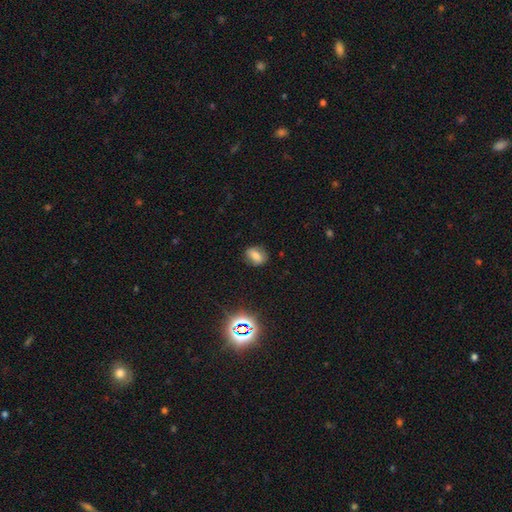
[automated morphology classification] Smooth or featured? Predicted: smooth (p=0.72). How rounded? Predicted: in between (p=0.66). Merging? Predicted: none (p=0.82).